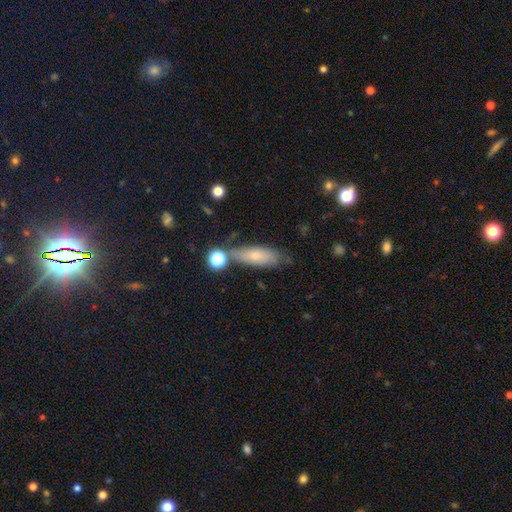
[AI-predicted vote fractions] Overall: smooth (68%). How rounded: in between (56%; cigar-shaped 41%). Merging: none (62%).